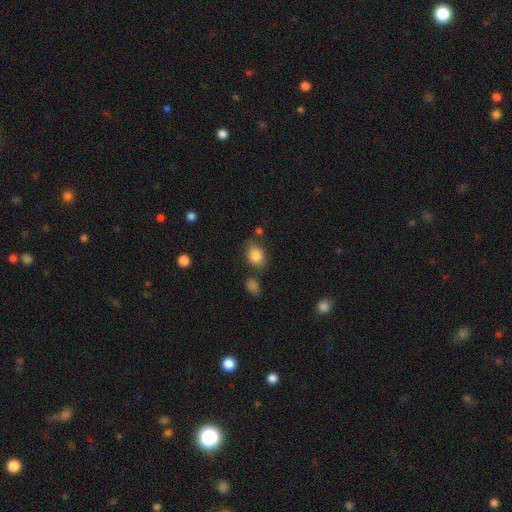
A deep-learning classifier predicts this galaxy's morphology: Q: Smooth or featured?
A: smooth (84%); runner-up: star or artifact (9%)
Q: How rounded?
A: in between (72%); runner-up: round (27%)
Q: Merging?
A: none (70%); runner-up: minor disturbance (16%)